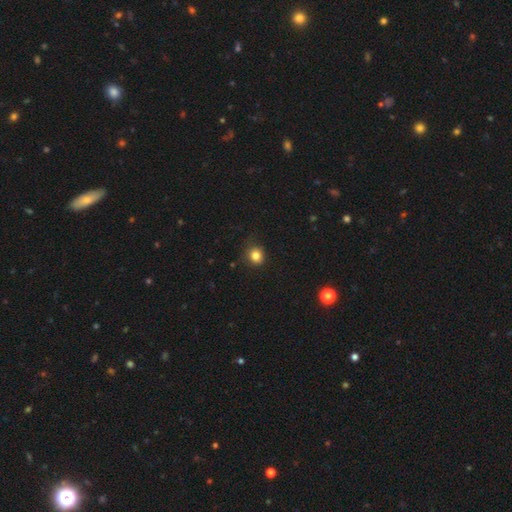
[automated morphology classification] A smooth galaxy with no disk features (83%) that is round (83%).

Vote fractions:
- Smooth or featured? smooth: 83% / star or artifact: 12% / featured or disk: 5%
- How rounded? round: 83% / in between: 16% / cigar-shaped: 1%
- Merging? none: 81% / minor disturbance: 14% / major disturbance: 3% / merger: 1%